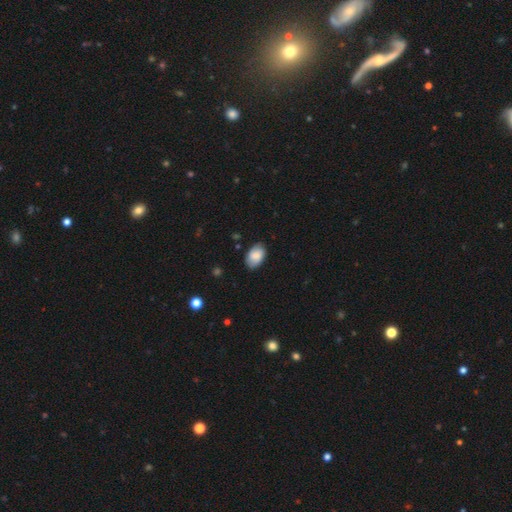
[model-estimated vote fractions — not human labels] The model was most divided on "merging": none: 82%, minor disturbance: 14%, major disturbance: 3%, merger: 1%. More confident: how rounded — in between (91%); smooth or featured — smooth (81%).